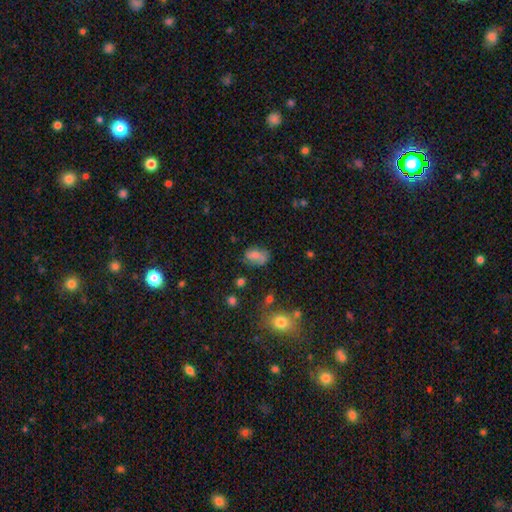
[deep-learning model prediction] This appears to be a smooth galaxy with no disk features (69%) that is in between round and cigar-shaped (85%). Merging: none (47%).